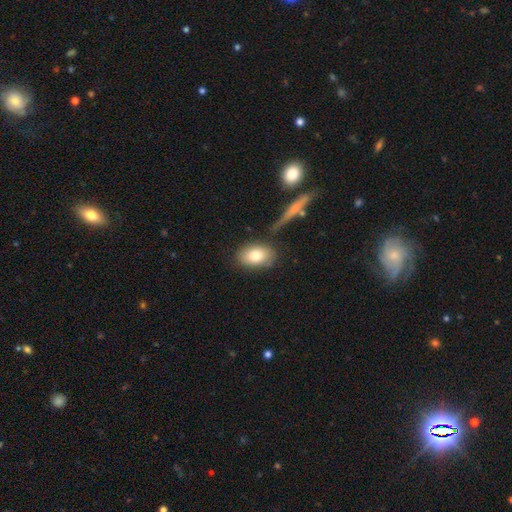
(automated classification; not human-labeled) Smooth or featured?
  - smooth: 78% *
  - featured or disk: 14%
  - star or artifact: 8%
How rounded?
  - in between: 84% *
  - round: 14%
  - cigar-shaped: 2%
Merging?
  - none: 77% *
  - minor disturbance: 13%
  - merger: 6%
  - major disturbance: 4%